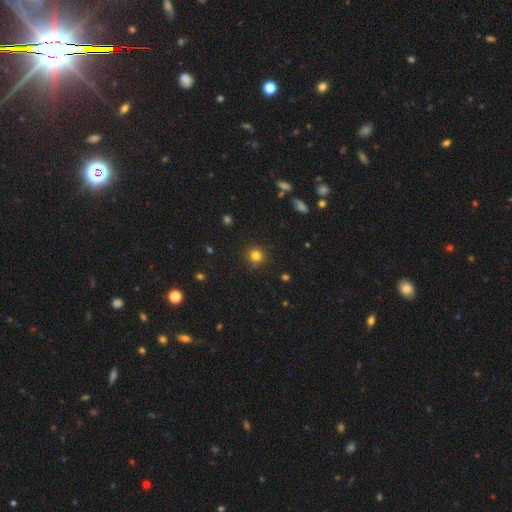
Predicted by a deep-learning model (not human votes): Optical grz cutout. It shows a smooth galaxy with no disk features (80%) that is round (92%). Merging: none (87%).